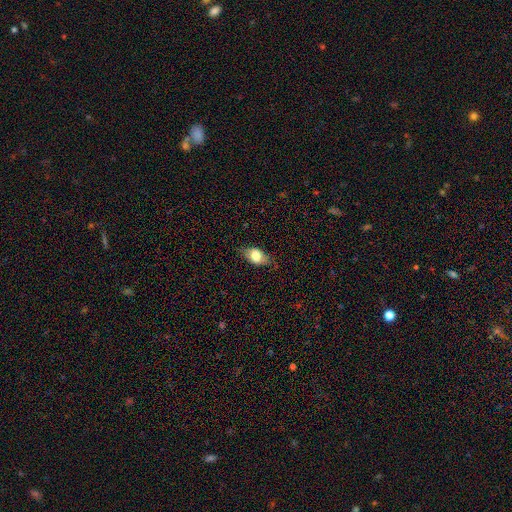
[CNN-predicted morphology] Overall: smooth (70%). How rounded: in between (85%). Merging: none (77%).